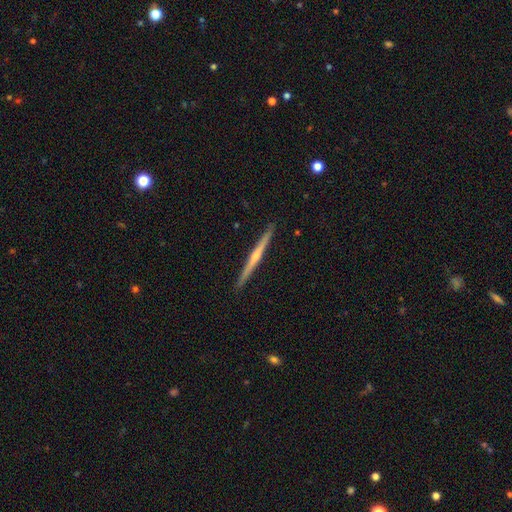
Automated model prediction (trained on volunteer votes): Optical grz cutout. It shows a featured or disk galaxy (74%) viewed edge-on (98%) with a rounded central bulge (74%). Merging: none (92%).